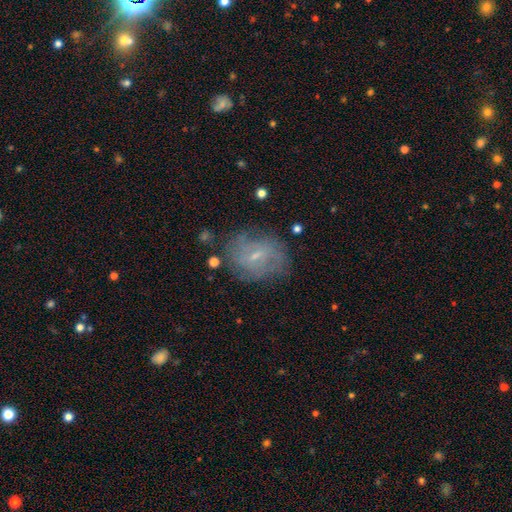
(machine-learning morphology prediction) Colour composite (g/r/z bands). It shows a featured or disk galaxy (62%) with a weak bar (55%), spiral arms (71%) and a small central bulge (72%). Merging: none (69%).